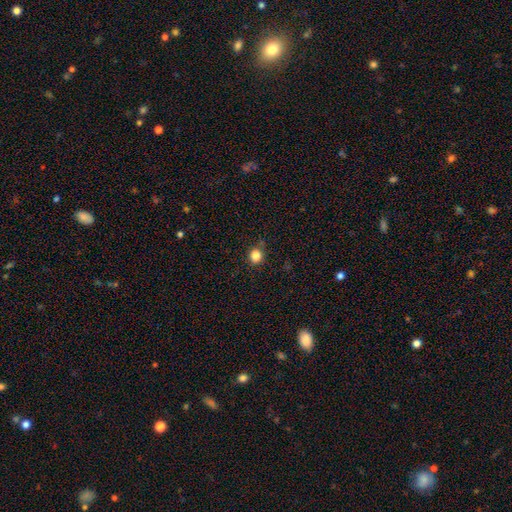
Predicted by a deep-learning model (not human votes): A smooth galaxy with no disk features (83%) that is round (84%).

Vote fractions:
- Smooth or featured? smooth: 83% / star or artifact: 12% / featured or disk: 5%
- How rounded? round: 84% / in between: 16% / cigar-shaped: 1%
- Merging? none: 82% / minor disturbance: 14% / major disturbance: 3% / merger: 2%